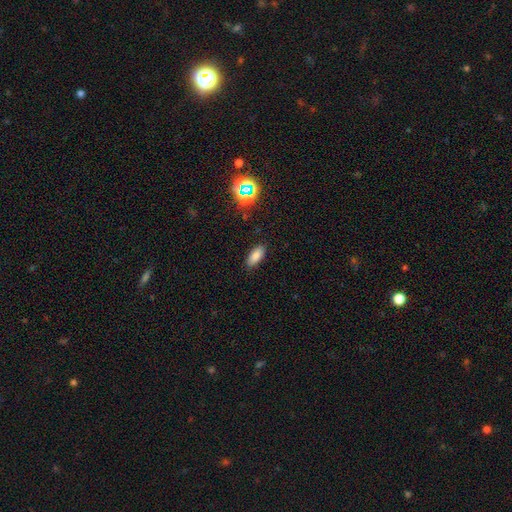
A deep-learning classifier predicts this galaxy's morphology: Smooth or featured? smooth (81%)
How rounded? in between (83%)
Merging? none (87%)